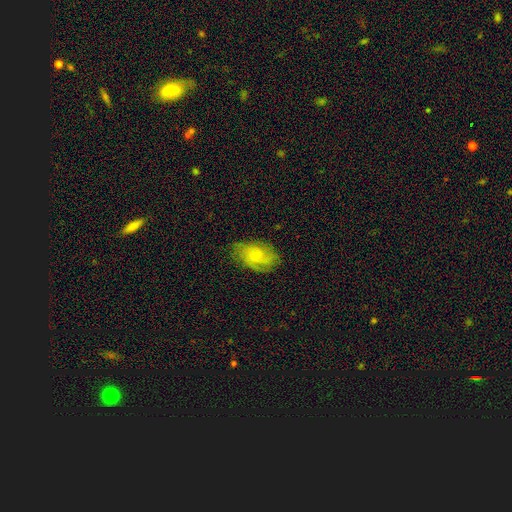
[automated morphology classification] Overall: featured or disk (49%; smooth 44%). Merging: none (68%).